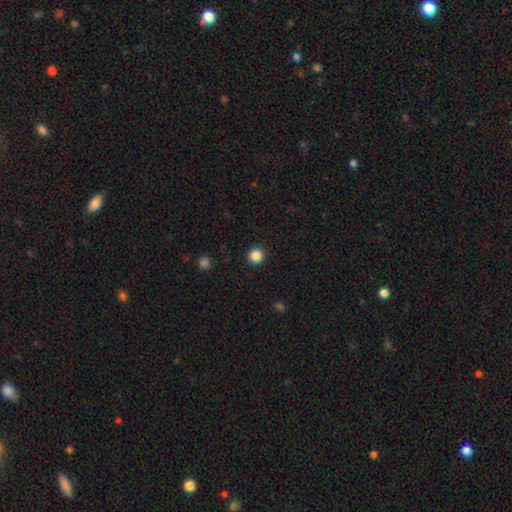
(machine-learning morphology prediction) Overall: smooth (86%). How rounded: round (94%). Merging: none (93%).